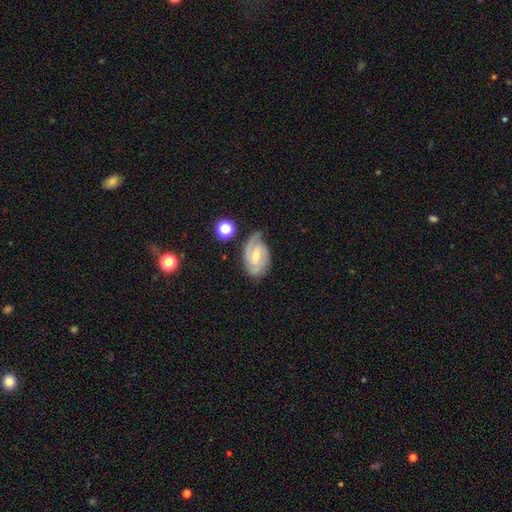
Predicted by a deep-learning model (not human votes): A featured or disk galaxy (82%) with a weak bar (49%), 2 (68%) tight (47%) spiral arms (96%) and a moderate central bulge (49%).

Vote fractions:
- Smooth or featured? featured or disk: 82% / smooth: 11% / star or artifact: 7%
- Edge-on disk? no: 96% / yes: 4%
- Bar? weak: 49% / no: 36% / strong: 16%
- Spiral arms? yes: 96% / no: 4%
- Spiral winding? tight: 47% / medium: 42% / loose: 11%
- Spiral arm count? 2: 68% / 3: 14% / can't tell: 10% / 1: 5% / 4: 2% / more than 4: 2%
- Bulge size? moderate: 49% / small: 47% / none: 2% / large: 2% / dominant: 1%
- Merging? none: 70% / minor disturbance: 22% / major disturbance: 6% / merger: 3%